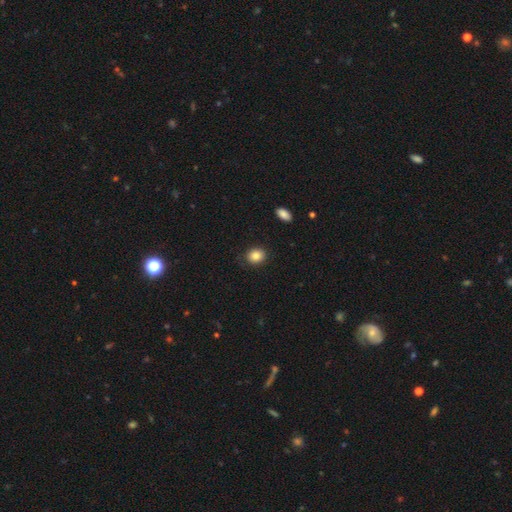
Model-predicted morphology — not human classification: type=smooth (86%); roundness=round (65%); merging=none (87%).